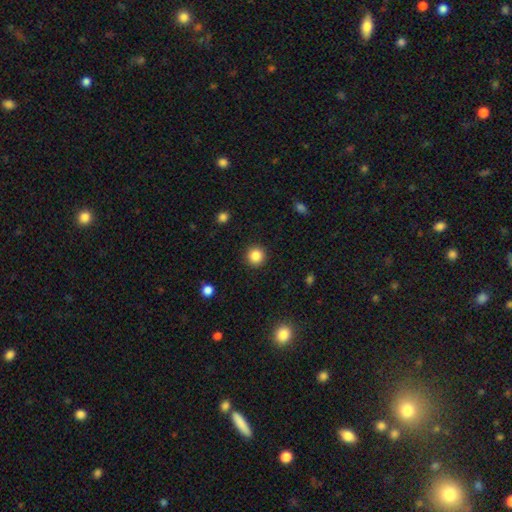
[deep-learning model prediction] Q: Smooth or featured?
A: smooth (86%); runner-up: star or artifact (11%)
Q: How rounded?
A: round (95%); runner-up: in between (4%)
Q: Merging?
A: none (92%); runner-up: minor disturbance (5%)